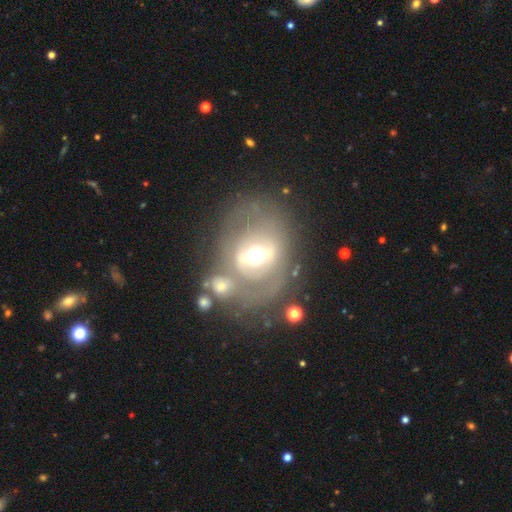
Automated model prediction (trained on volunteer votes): Morphology: type=featured or disk (67%); edge-on=no (93%); bar=strong (38%); spiral arms=no (69%); bulge=moderate (68%); merging=none (53%).